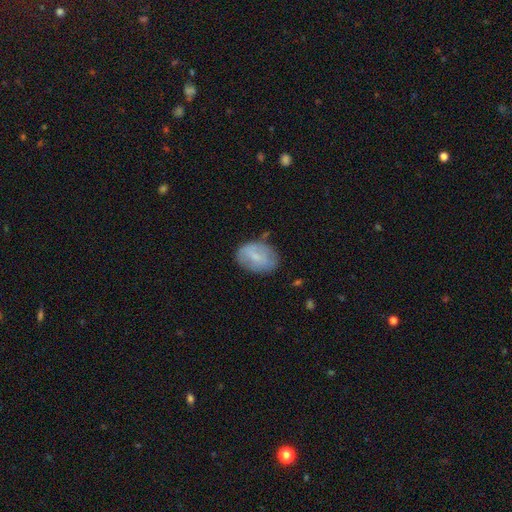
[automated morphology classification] Overall: smooth (61%; featured or disk 32%). How rounded: in between (82%). Merging: none (68%).